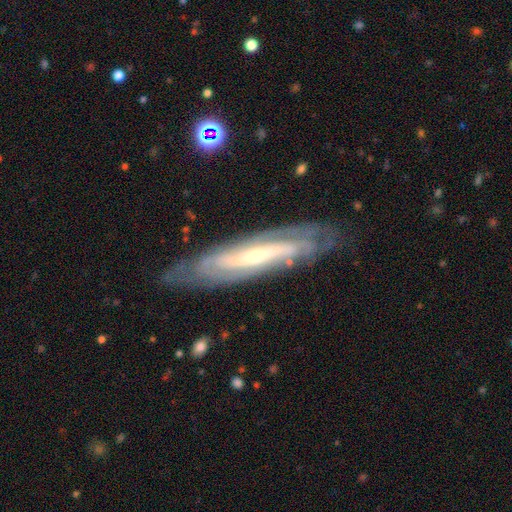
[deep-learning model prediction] Smooth or featured? featured or disk (83%)
Edge-on disk? no (68%)
Bar? no (43%)
Spiral arms? yes (90%)
Spiral winding? tight (61%)
Spiral arm count? can't tell (43%)
Bulge size? small (67%)
Merging? none (79%)